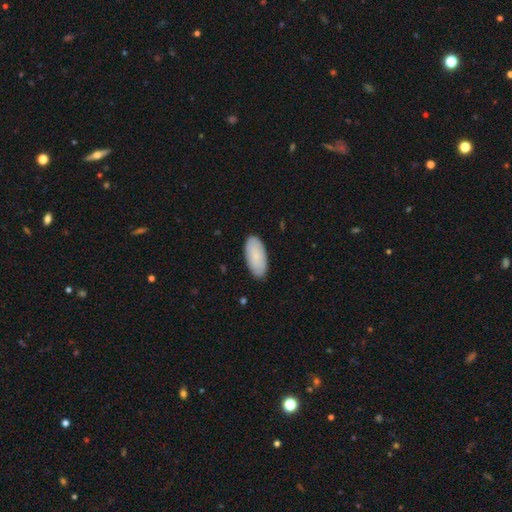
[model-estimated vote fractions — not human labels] Overall: smooth (83%). How rounded: in between (93%). Merging: none (87%).